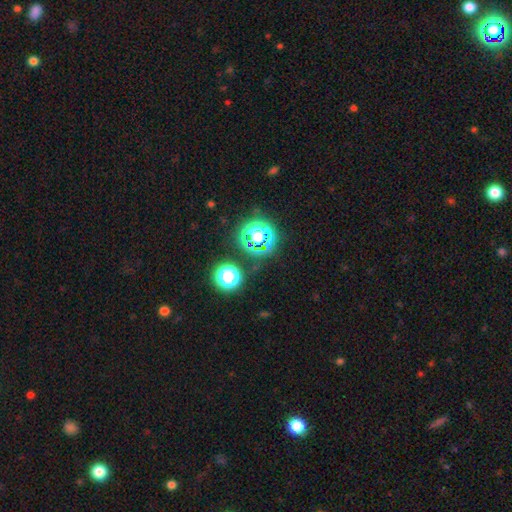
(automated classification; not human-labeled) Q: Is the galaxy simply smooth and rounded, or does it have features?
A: star or artifact — 74%.